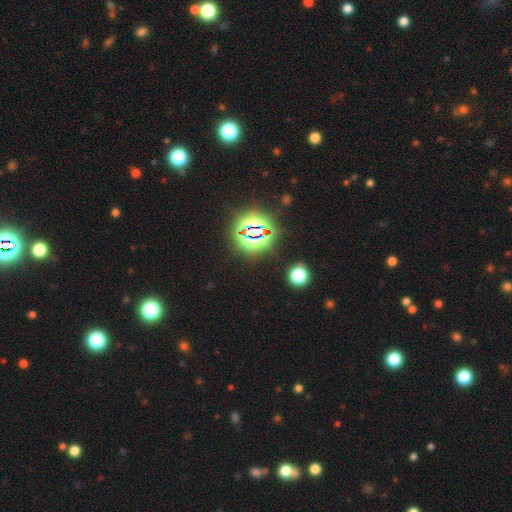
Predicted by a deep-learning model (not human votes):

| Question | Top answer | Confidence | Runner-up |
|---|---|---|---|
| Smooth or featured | star or artifact | 79% | smooth (14%) |